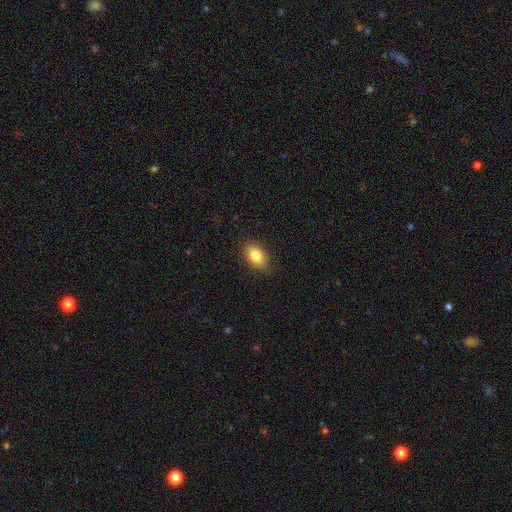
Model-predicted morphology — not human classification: smooth_or_featured: smooth (p=0.84) [alt: featured or disk p=0.09]
how_rounded: in between (p=0.89) [alt: round p=0.08]
merging: none (p=0.87) [alt: minor disturbance p=0.10]